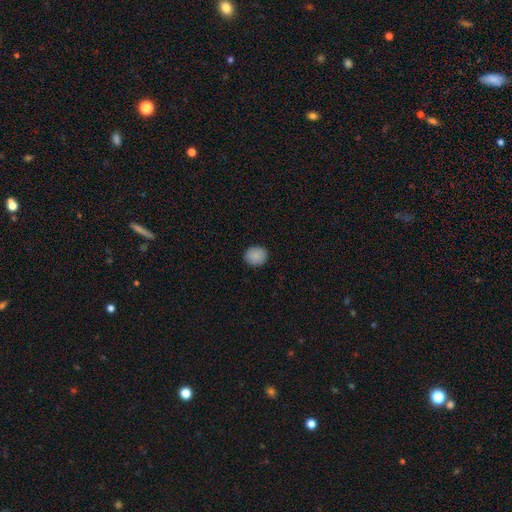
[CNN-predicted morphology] A smooth galaxy with no disk features (89%) that is round (70%). Merging: none (89%).